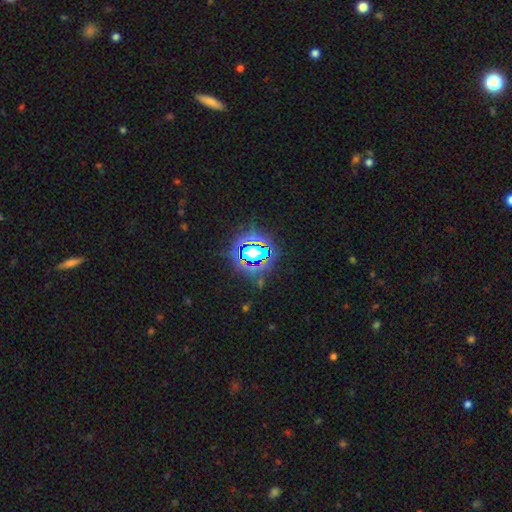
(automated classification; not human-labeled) smooth_or_featured: star or artifact (p=0.69) [alt: smooth p=0.19]